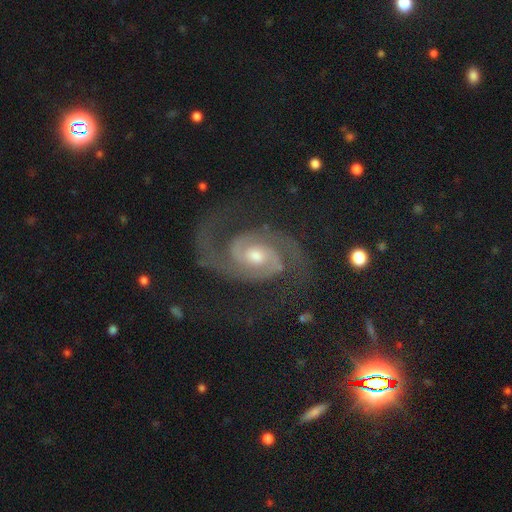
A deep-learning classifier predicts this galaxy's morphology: Smooth or featured? Predicted: featured or disk (p=0.92). Edge-on disk? Predicted: no (p=0.98). Bar? Predicted: no (p=0.60). Spiral arms? Predicted: yes (p=0.98). Spiral winding? Predicted: medium (p=0.53). Spiral arm count? Predicted: 2 (p=0.93). Bulge size? Predicted: moderate (p=0.67). Merging? Predicted: none (p=0.75).